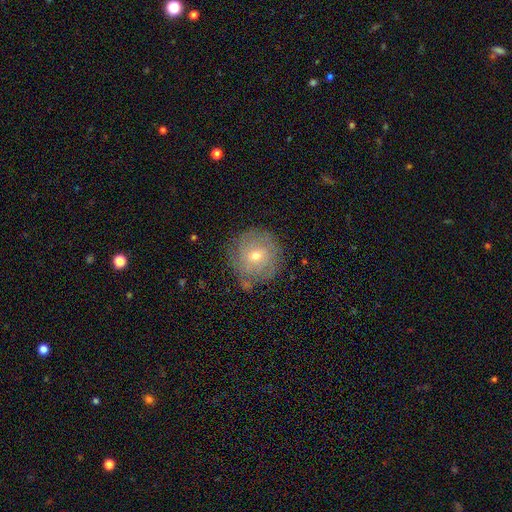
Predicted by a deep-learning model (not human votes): A featured or disk galaxy (62%) with no bar (62%), spiral arms (82%) and a moderate central bulge (52%). Merging: none (78%).